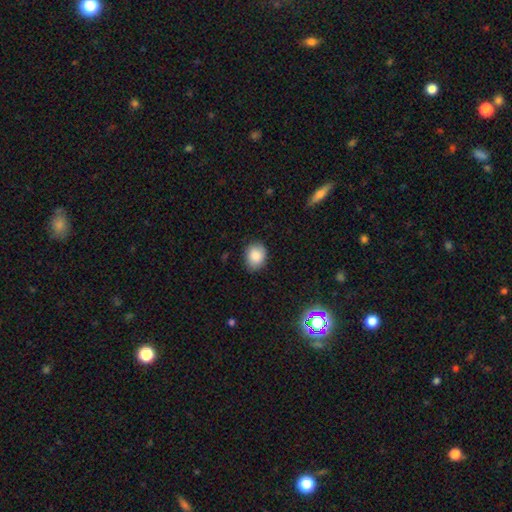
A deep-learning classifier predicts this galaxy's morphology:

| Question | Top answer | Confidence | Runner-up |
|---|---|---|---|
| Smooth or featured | smooth | 86% | star or artifact (8%) |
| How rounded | in between | 51% | round (48%) |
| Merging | none | 82% | minor disturbance (14%) |